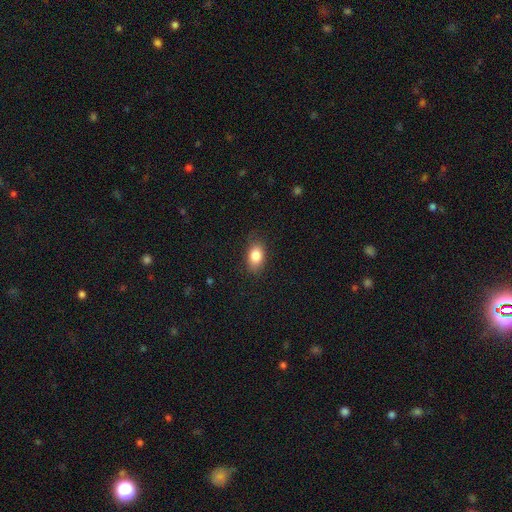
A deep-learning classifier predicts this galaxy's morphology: smooth_or_featured: smooth (p=0.84) [alt: featured or disk p=0.08]
how_rounded: in between (p=0.85) [alt: round p=0.13]
merging: none (p=0.81) [alt: minor disturbance p=0.14]